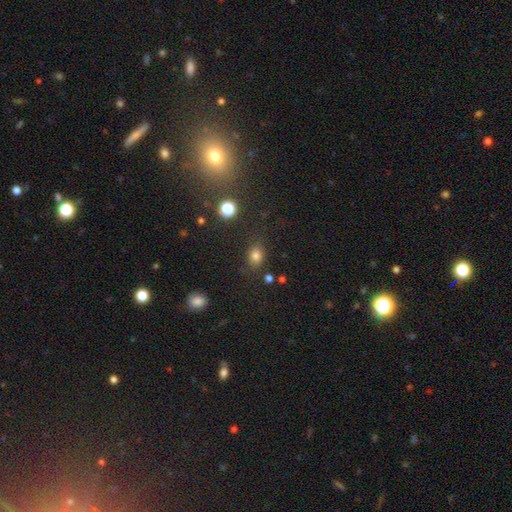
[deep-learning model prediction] smooth 76%, star or artifact 17%, featured or disk 7%. Down the decision tree: how rounded — in between (50%); merging — none (79%).